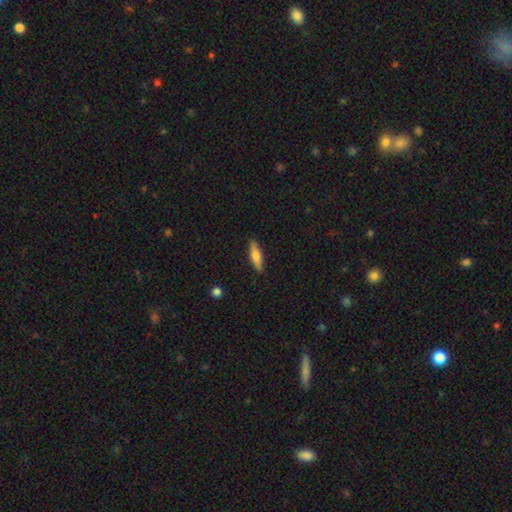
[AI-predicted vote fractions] smooth 59%, featured or disk 34%, star or artifact 6%. Down the decision tree: how rounded — cigar-shaped (67%); merging — none (88%).